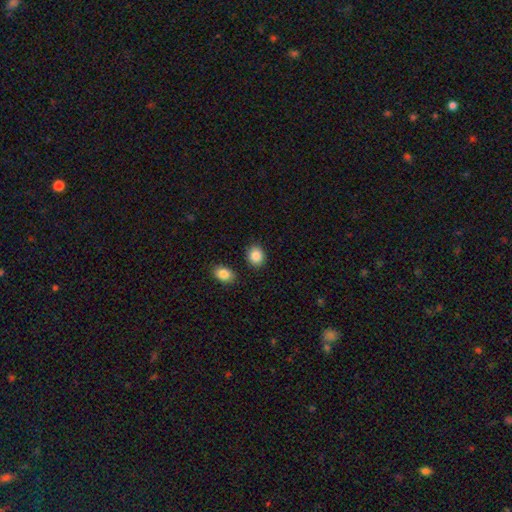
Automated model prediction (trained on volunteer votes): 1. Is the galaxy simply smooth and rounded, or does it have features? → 88% smooth, 8% star or artifact, 4% featured or disk.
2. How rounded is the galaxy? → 59% round, 40% in between, 1% cigar-shaped.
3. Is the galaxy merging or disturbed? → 86% none, 8% minor disturbance, 4% merger, 2% major disturbance.